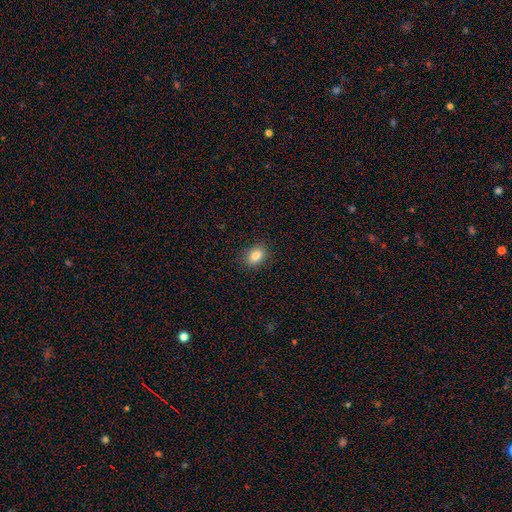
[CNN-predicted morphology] This is clearly a smooth galaxy (83%). How rounded: likely in between (67%). Merging: clearly none (88%).